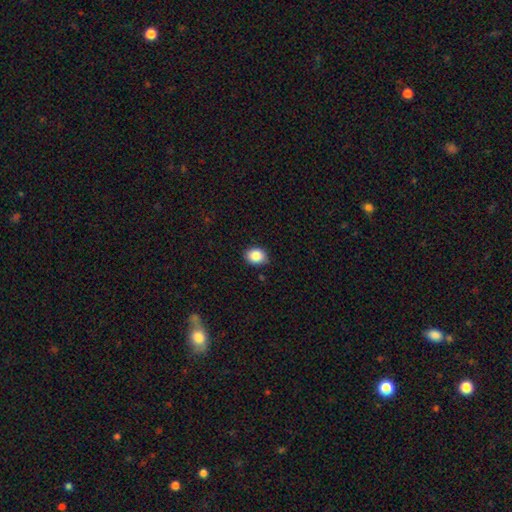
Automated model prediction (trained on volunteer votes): Q: Smooth or featured?
A: smooth (86%); runner-up: star or artifact (9%)
Q: How rounded?
A: in between (55%); runner-up: round (44%)
Q: Merging?
A: none (86%); runner-up: minor disturbance (11%)